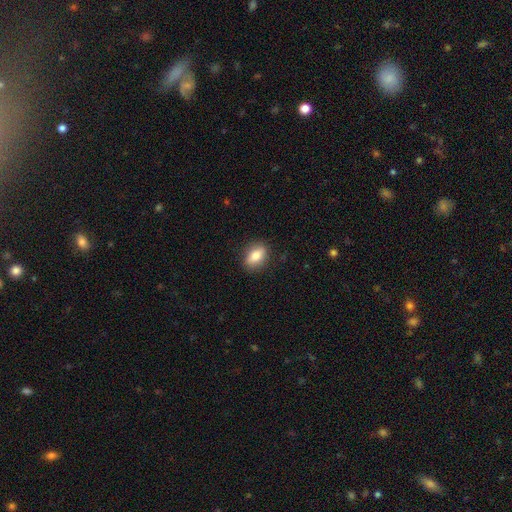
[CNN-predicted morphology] smooth-or-featured: smooth: 79% | featured or disk: 14% | star or artifact: 7%
  how-rounded: in between: 78% | round: 18% | cigar-shaped: 4%
  merging: none: 86% | minor disturbance: 10% | major disturbance: 3% | merger: 1%